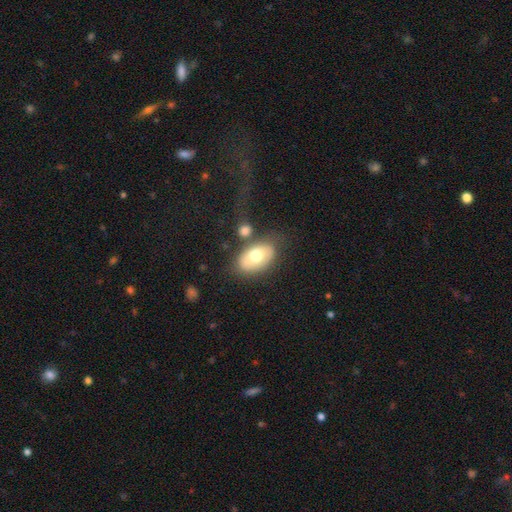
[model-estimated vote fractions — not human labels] The model was most divided on "smooth or featured": smooth: 65%, featured or disk: 29%, star or artifact: 7%. More confident: how rounded — in between (90%); merging — none (62%).